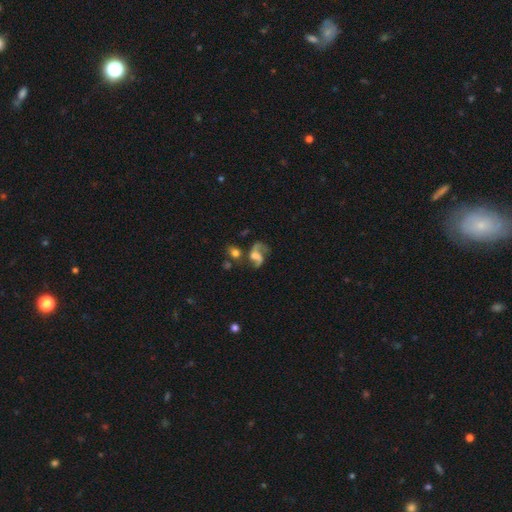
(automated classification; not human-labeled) smooth_or_featured: featured or disk (p=0.71) [alt: smooth p=0.18]
disk_edge_on: no (p=0.97) [alt: yes p=0.03]
bar: no (p=0.45) [alt: weak p=0.42]
has_spiral_arms: yes (p=0.88) [alt: no p=0.12]
spiral_winding: loose (p=0.66) [alt: medium p=0.28]
spiral_arm_count: 2 (p=0.81) [alt: 1 p=0.11]
bulge_size: none (p=0.31) [alt: moderate p=0.28]
merging: none (p=0.37) [alt: major disturbance p=0.26]